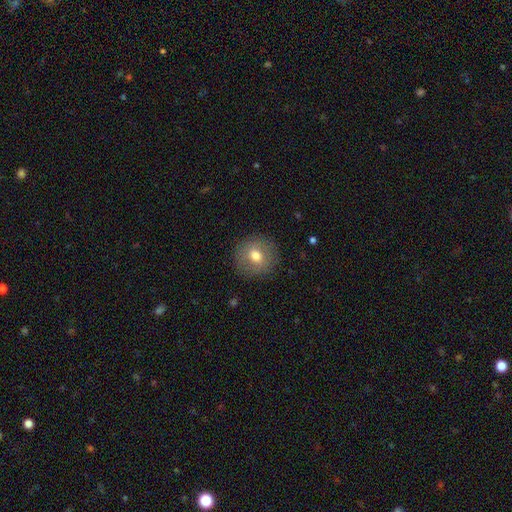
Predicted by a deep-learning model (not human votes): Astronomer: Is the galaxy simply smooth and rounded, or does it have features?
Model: smooth — 70%.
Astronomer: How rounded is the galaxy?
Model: round — 88%.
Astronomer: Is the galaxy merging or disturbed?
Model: none — 87%.